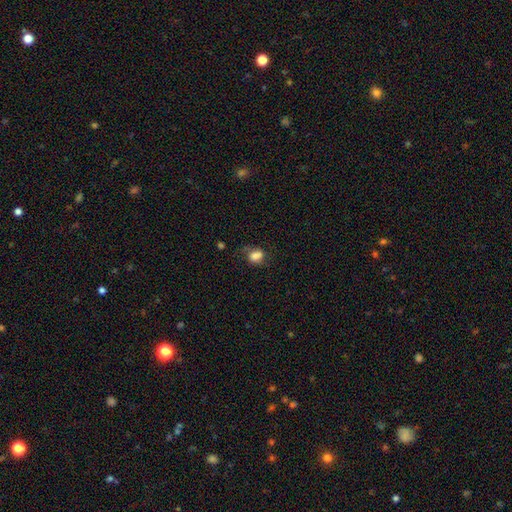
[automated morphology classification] Smooth or featured: smooth — 79% (featured or disk — 11%)
How rounded: in between — 58% (round — 40%)
Merging: none — 54% (minor disturbance — 28%)